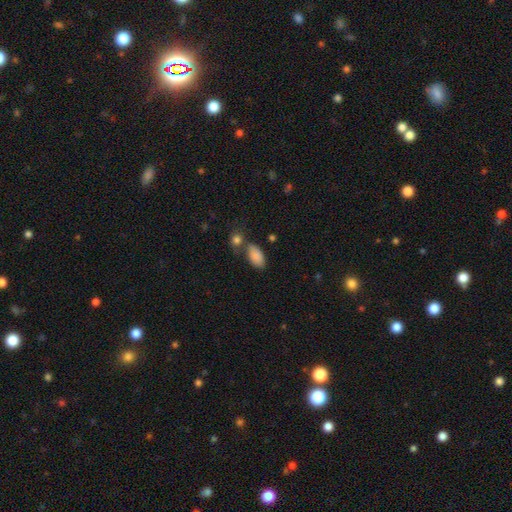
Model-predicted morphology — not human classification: smooth_or_featured: smooth (p=0.87) [alt: star or artifact p=0.07]
how_rounded: in between (p=0.94) [alt: round p=0.03]
merging: none (p=0.63) [alt: merger p=0.18]